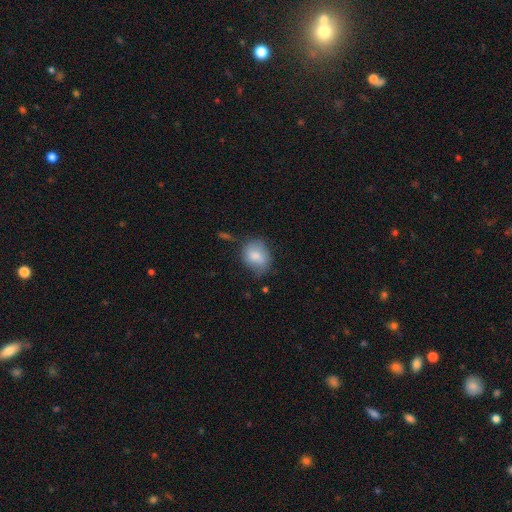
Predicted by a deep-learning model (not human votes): Q: Smooth or featured?
A: smooth (78%); runner-up: featured or disk (15%)
Q: How rounded?
A: round (51%); runner-up: in between (48%)
Q: Merging?
A: none (59%); runner-up: minor disturbance (29%)